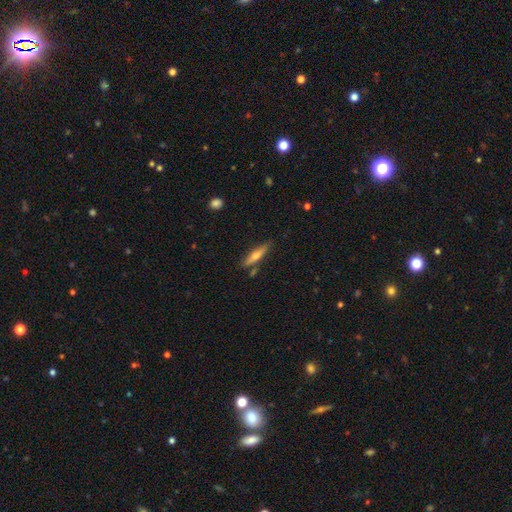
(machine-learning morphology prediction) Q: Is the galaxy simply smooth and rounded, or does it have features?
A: smooth — 52%.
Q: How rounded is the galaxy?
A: cigar-shaped — 83%.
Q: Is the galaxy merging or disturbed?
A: none — 79%.